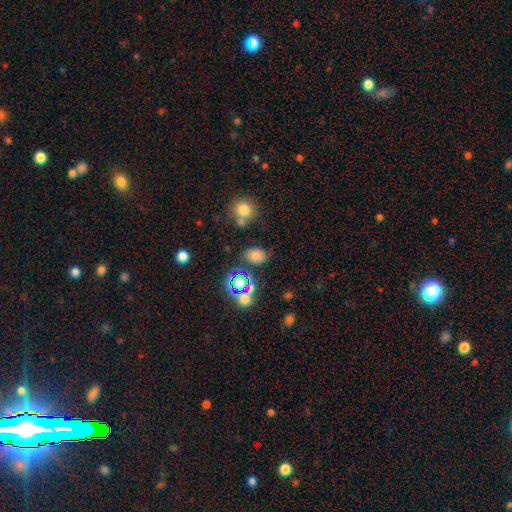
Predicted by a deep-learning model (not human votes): This is likely a smooth galaxy (68%). How rounded: likely in between (71%). Merging: likely none (74%).